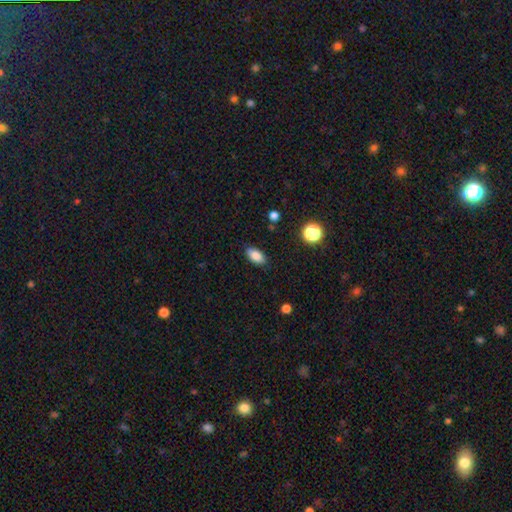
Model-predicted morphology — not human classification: Smooth or featured? smooth (84%)
How rounded? in between (88%)
Merging? none (87%)